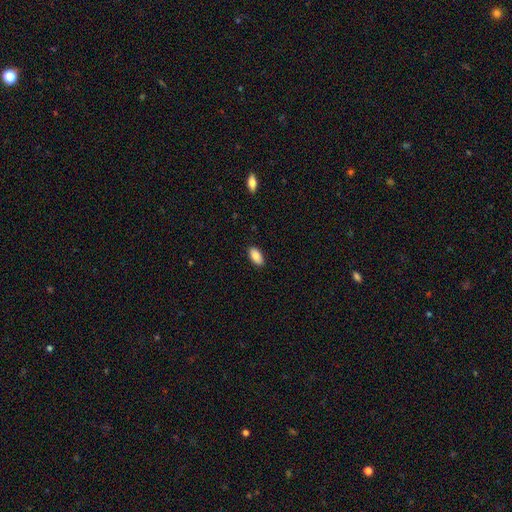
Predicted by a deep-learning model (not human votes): A smooth galaxy with no disk features (84%) that is in between round and cigar-shaped (93%).

Vote fractions:
- Smooth or featured? smooth: 84% / featured or disk: 9% / star or artifact: 7%
- How rounded? in between: 93% / cigar-shaped: 4% / round: 3%
- Merging? none: 89% / minor disturbance: 9% / major disturbance: 2% / merger: 1%